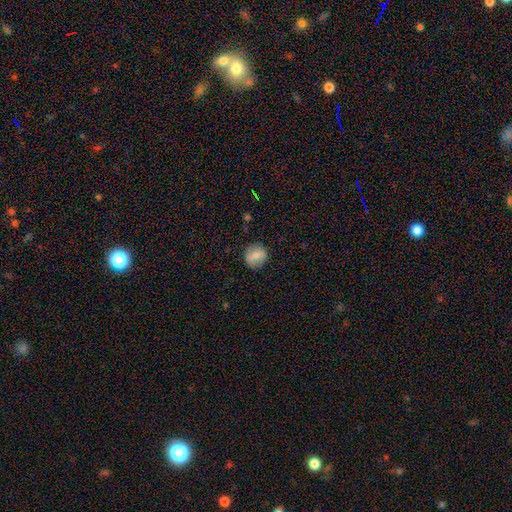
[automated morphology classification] smooth-or-featured: smooth: 73% | featured or disk: 19% | star or artifact: 8%
  how-rounded: round: 89% | in between: 10% | cigar-shaped: 1%
  merging: none: 87% | minor disturbance: 9% | major disturbance: 2% | merger: 1%